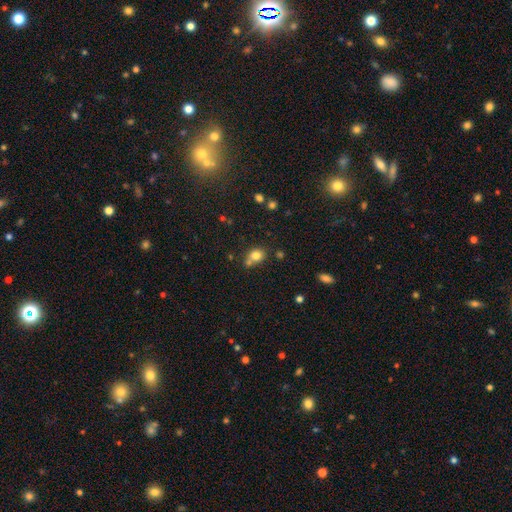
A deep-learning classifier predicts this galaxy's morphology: Q: Smooth or featured?
A: smooth (79%); runner-up: star or artifact (12%)
Q: How rounded?
A: round (61%); runner-up: in between (38%)
Q: Merging?
A: none (54%); runner-up: merger (26%)